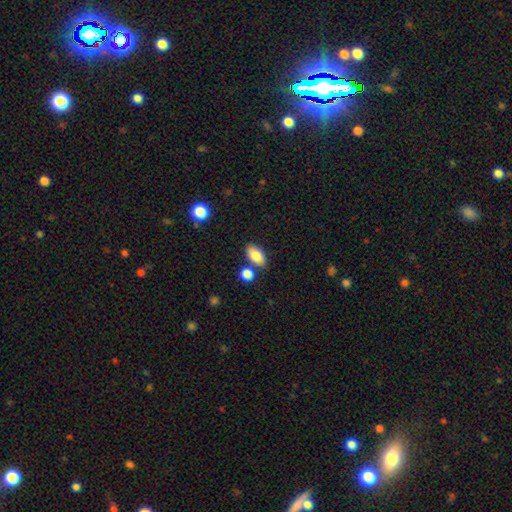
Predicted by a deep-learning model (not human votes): Q: Smooth or featured?
A: smooth (83%); runner-up: featured or disk (9%)
Q: How rounded?
A: in between (90%); runner-up: round (7%)
Q: Merging?
A: none (75%); runner-up: merger (11%)